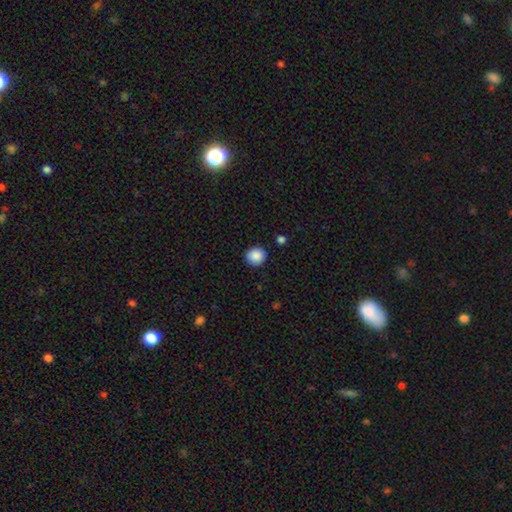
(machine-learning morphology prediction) Smooth or featured: smooth — 89% (star or artifact — 8%)
How rounded: round — 83% (in between — 16%)
Merging: none — 90% (minor disturbance — 7%)